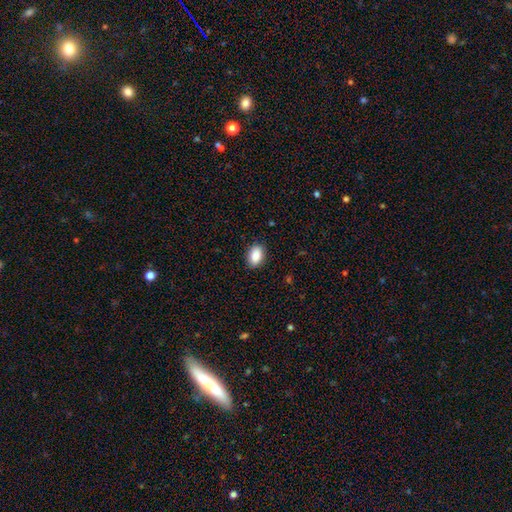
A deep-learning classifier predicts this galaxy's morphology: type=smooth (88%); roundness=in between (87%); merging=none (89%).